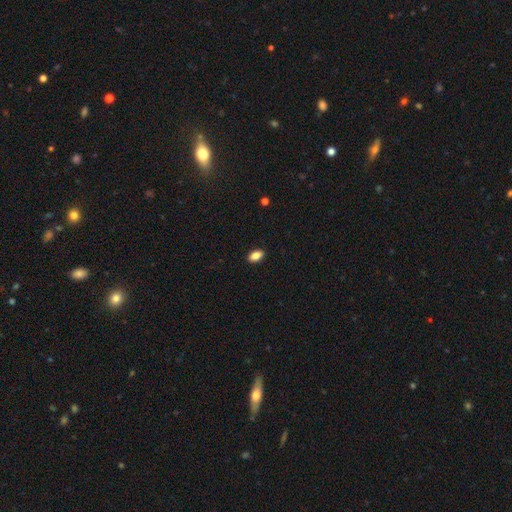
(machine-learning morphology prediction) Smooth or featured?
  - smooth: 85% *
  - star or artifact: 8%
  - featured or disk: 6%
How rounded?
  - in between: 91% *
  - round: 6%
  - cigar-shaped: 4%
Merging?
  - none: 90% *
  - minor disturbance: 7%
  - major disturbance: 2%
  - merger: 1%